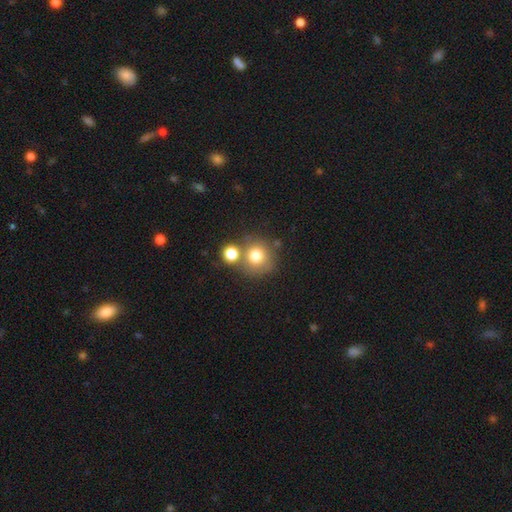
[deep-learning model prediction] smooth_or_featured: smooth (p=0.76) [alt: star or artifact p=0.12]
how_rounded: round (p=0.91) [alt: in between p=0.08]
merging: none (p=0.60) [alt: merger p=0.25]